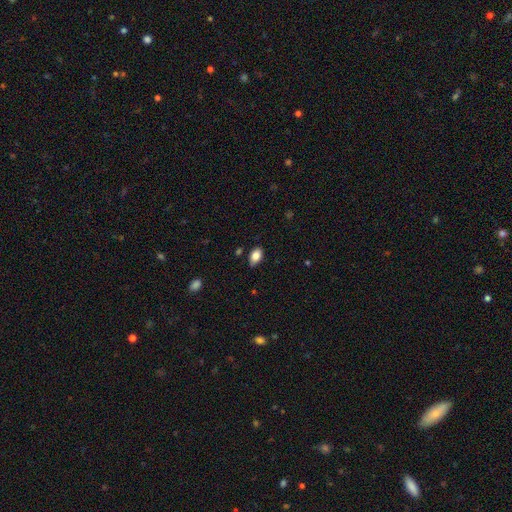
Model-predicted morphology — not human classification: smooth 83%, featured or disk 9%, star or artifact 8%. Down the decision tree: how rounded — in between (89%); merging — none (80%).